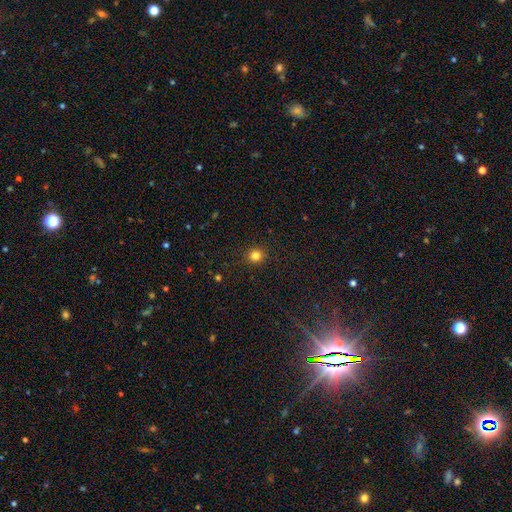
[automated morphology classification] This is clearly a smooth galaxy (82%). How rounded: clearly round (91%). Merging: clearly none (91%).